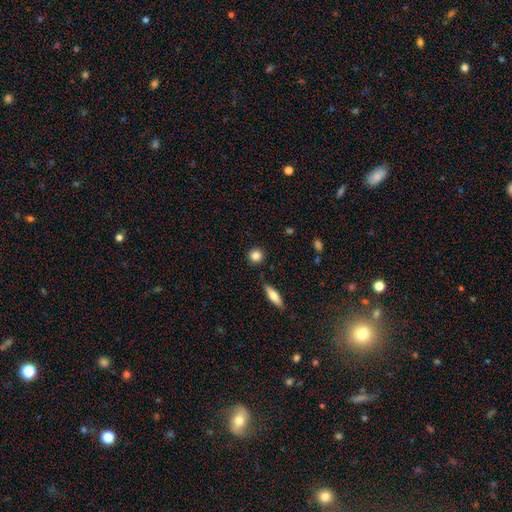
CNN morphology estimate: Q: Smooth or featured?
A: smooth (85%); runner-up: star or artifact (9%)
Q: How rounded?
A: round (90%); runner-up: in between (8%)
Q: Merging?
A: none (89%); runner-up: minor disturbance (7%)